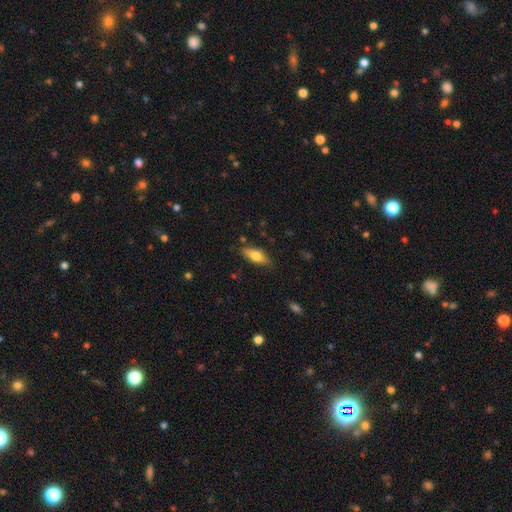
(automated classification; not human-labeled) smooth_or_featured: smooth (p=0.74) [alt: featured or disk p=0.19]
how_rounded: in between (p=0.73) [alt: cigar-shaped p=0.24]
merging: none (p=0.80) [alt: minor disturbance p=0.16]